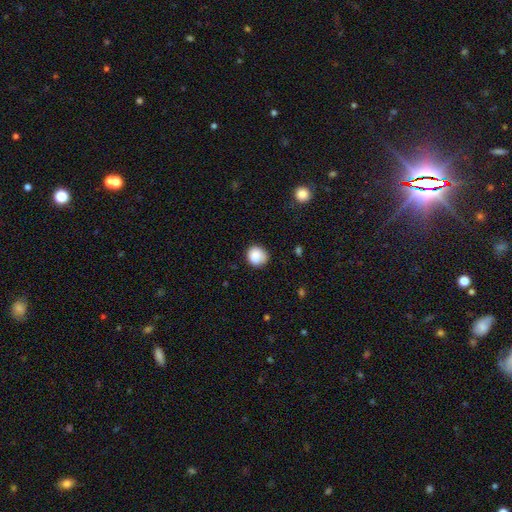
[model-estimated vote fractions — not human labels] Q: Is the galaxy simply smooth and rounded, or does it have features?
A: smooth — 87%.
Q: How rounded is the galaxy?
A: round — 85%.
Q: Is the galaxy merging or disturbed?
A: none — 78%.